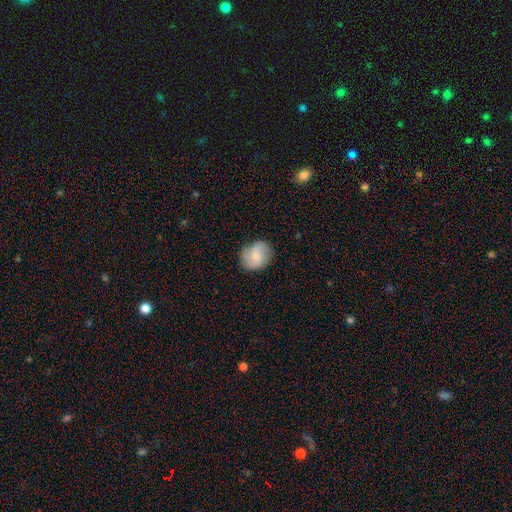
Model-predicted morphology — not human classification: Smooth or featured?
  - smooth: 56% *
  - featured or disk: 37%
  - star or artifact: 8%
How rounded?
  - round: 65% *
  - in between: 34%
  - cigar-shaped: 1%
Merging?
  - none: 78% *
  - minor disturbance: 16%
  - major disturbance: 5%
  - merger: 1%